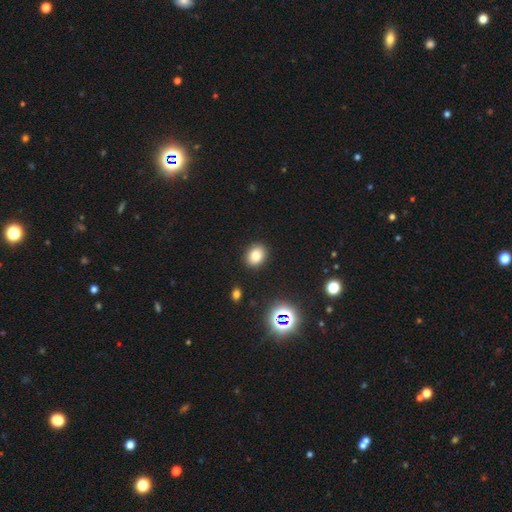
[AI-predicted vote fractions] Smooth or featured? smooth (81%)
How rounded? in between (57%)
Merging? none (88%)